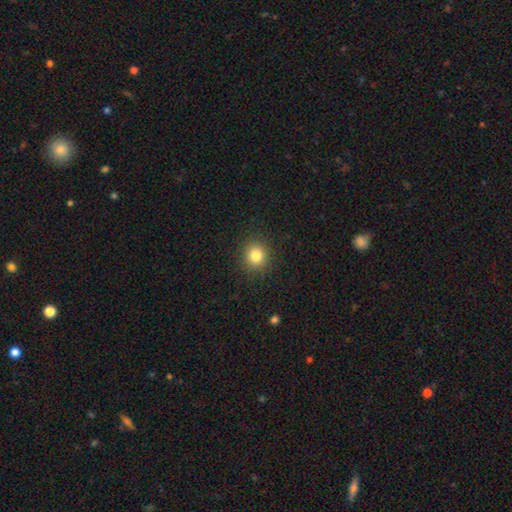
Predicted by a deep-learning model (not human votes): Smooth or featured? Predicted: smooth (p=0.82). How rounded? Predicted: round (p=0.85). Merging? Predicted: none (p=0.90).